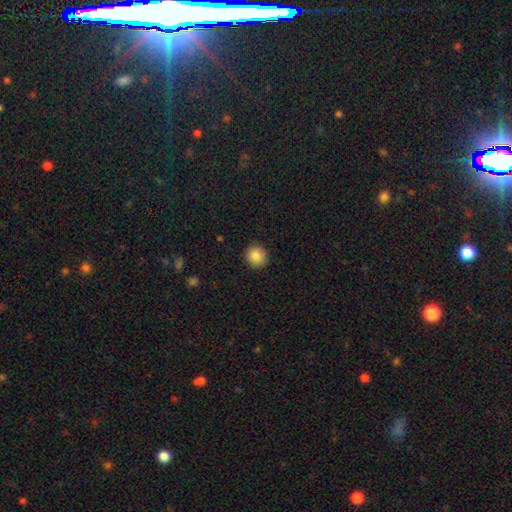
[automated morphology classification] A smooth galaxy with no disk features (85%) that is round (88%). Merging: none (91%).